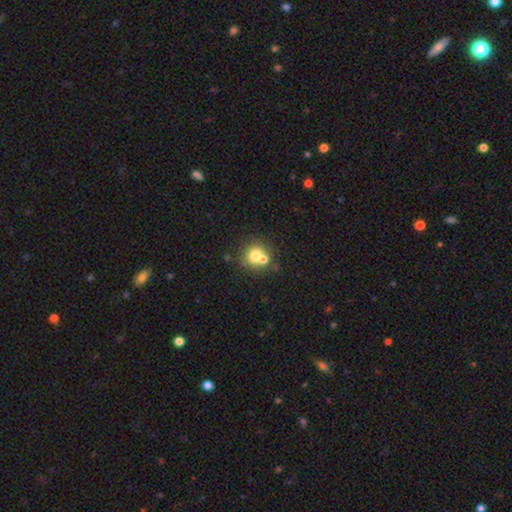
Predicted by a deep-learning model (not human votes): The model was most divided on "merging": none: 50%, merger: 38%, minor disturbance: 8%, major disturbance: 3%. More confident: how rounded — round (85%); smooth or featured — smooth (70%).